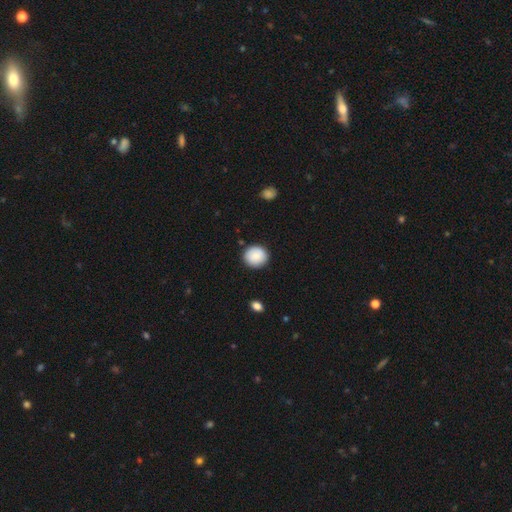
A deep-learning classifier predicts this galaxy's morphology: This appears to be a smooth galaxy with no disk features (86%) that is round (88%). Merging: none (89%).